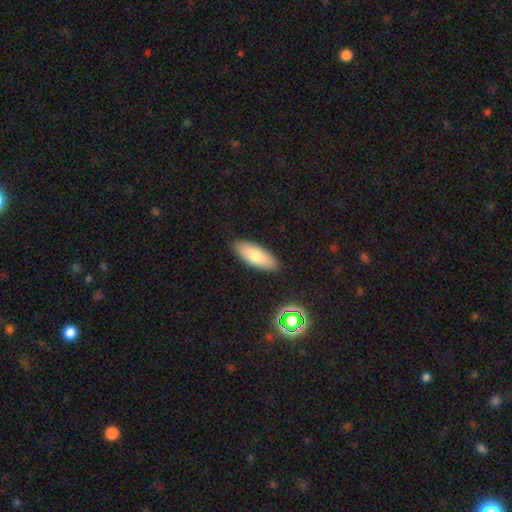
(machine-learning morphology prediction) smooth-or-featured: smooth: 74% | featured or disk: 19% | star or artifact: 7%
  how-rounded: in between: 70% | cigar-shaped: 27% | round: 2%
  merging: none: 89% | minor disturbance: 8% | major disturbance: 2% | merger: 1%